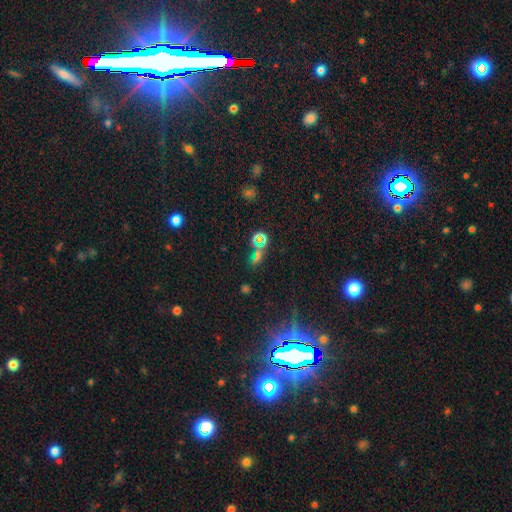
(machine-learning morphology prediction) Smooth or featured? star or artifact (57%)